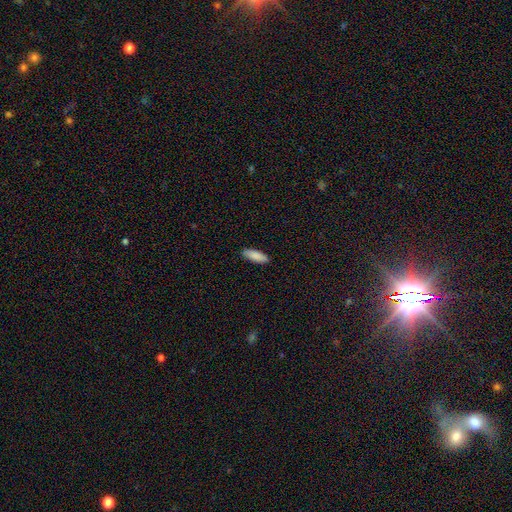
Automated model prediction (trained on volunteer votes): Q: Smooth or featured?
A: smooth (89%); runner-up: star or artifact (6%)
Q: How rounded?
A: in between (63%); runner-up: cigar-shaped (36%)
Q: Merging?
A: none (89%); runner-up: minor disturbance (8%)